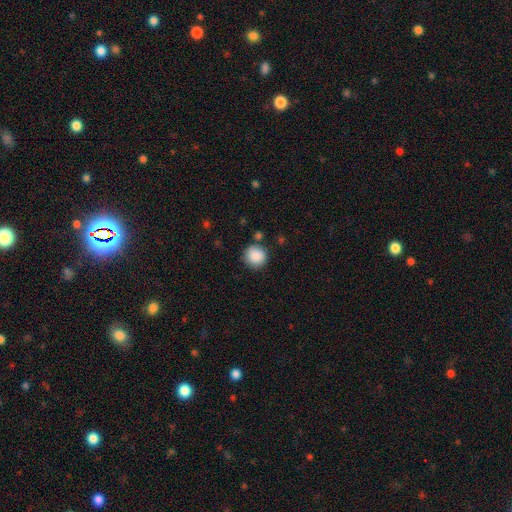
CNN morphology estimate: This is clearly a smooth galaxy (88%). How rounded: clearly round (92%). Merging: clearly none (82%).